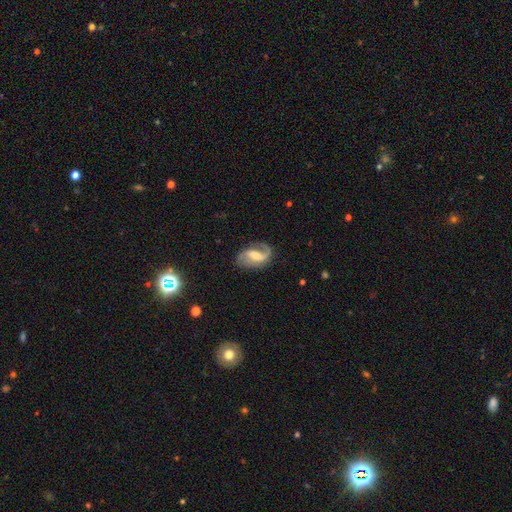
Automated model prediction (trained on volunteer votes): This is clearly a featured or disk galaxy (84%). It is clearly not viewed edge-on (97%). Bar: possibly weak (49%). Spiral arm pattern: clearly yes (96%). Spiral arm count: likely 2 (80%). Spiral winding: marginally medium (44%). Central bulge: possibly moderate (48%). Merging: likely none (72%).